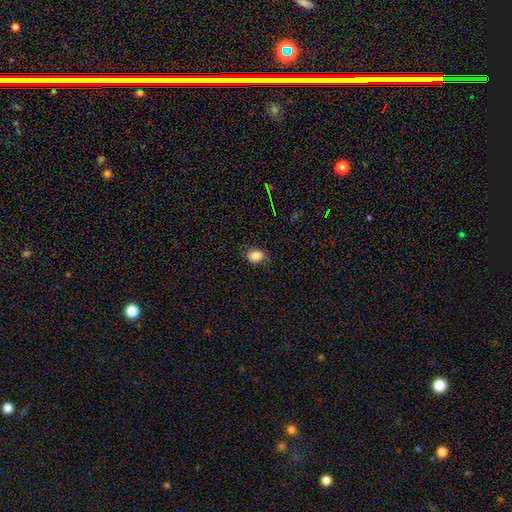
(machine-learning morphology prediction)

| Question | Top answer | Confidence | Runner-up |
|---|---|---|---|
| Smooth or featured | smooth | 84% | star or artifact (9%) |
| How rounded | in between | 70% | round (29%) |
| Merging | none | 71% | minor disturbance (22%) |